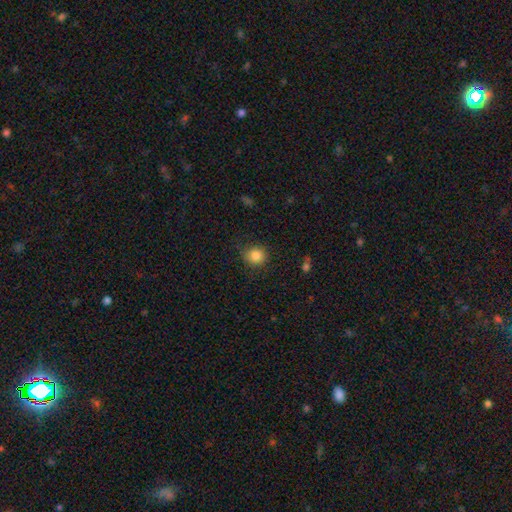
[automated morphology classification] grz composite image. It shows a smooth galaxy with no disk features (85%) that is round (85%). Merging: none (82%).